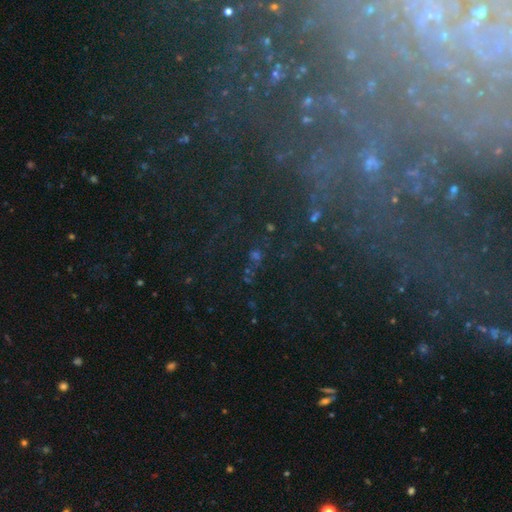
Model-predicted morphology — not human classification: type=star or artifact (64%).